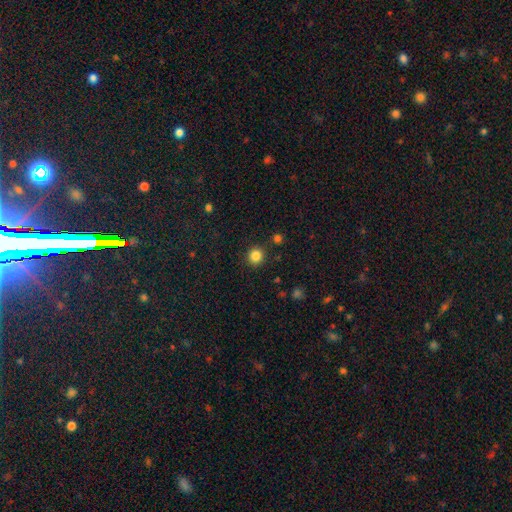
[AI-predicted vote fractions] Smooth or featured: smooth — 84% (star or artifact — 12%)
How rounded: round — 93% (in between — 6%)
Merging: none — 89% (minor disturbance — 6%)